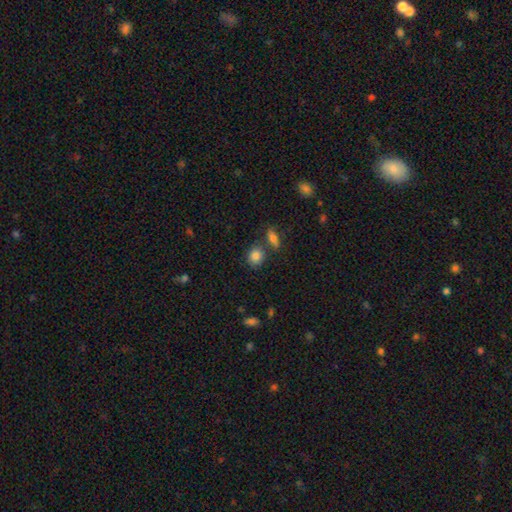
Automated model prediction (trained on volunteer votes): Morphology: type=smooth (84%); roundness=round (62%); merging=none (68%).